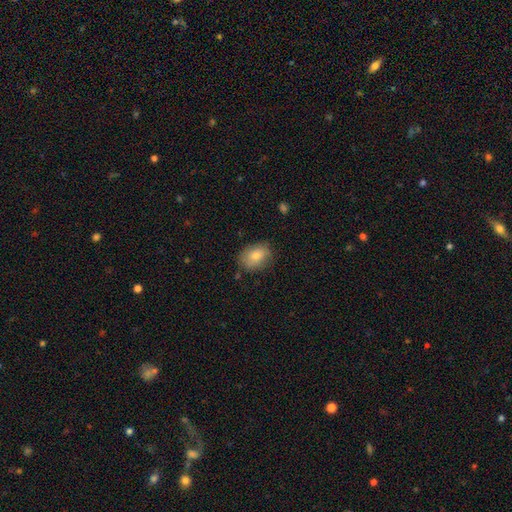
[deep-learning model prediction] Smooth or featured?
  - smooth: 78% *
  - featured or disk: 14%
  - star or artifact: 8%
How rounded?
  - in between: 74% *
  - round: 24%
  - cigar-shaped: 1%
Merging?
  - none: 75% *
  - minor disturbance: 19%
  - major disturbance: 5%
  - merger: 2%